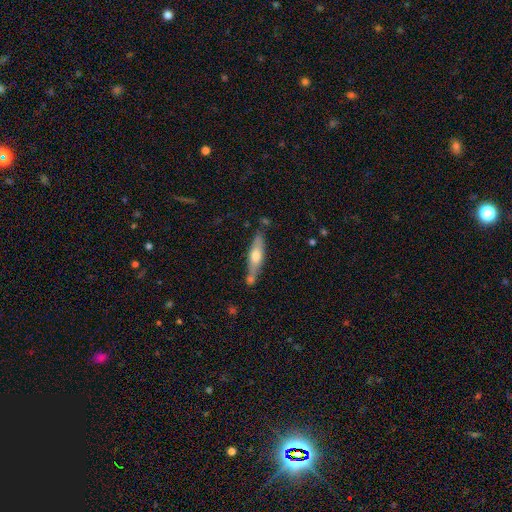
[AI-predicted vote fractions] Smooth or featured? Predicted: smooth (p=0.49). Merging? Predicted: none (p=0.60).